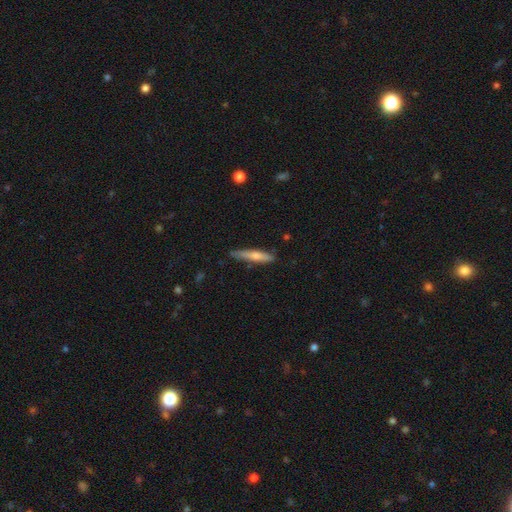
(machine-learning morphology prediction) smooth_or_featured: smooth (p=0.57) [alt: featured or disk p=0.37]
how_rounded: cigar-shaped (p=0.91) [alt: in between p=0.08]
merging: none (p=0.79) [alt: minor disturbance p=0.16]